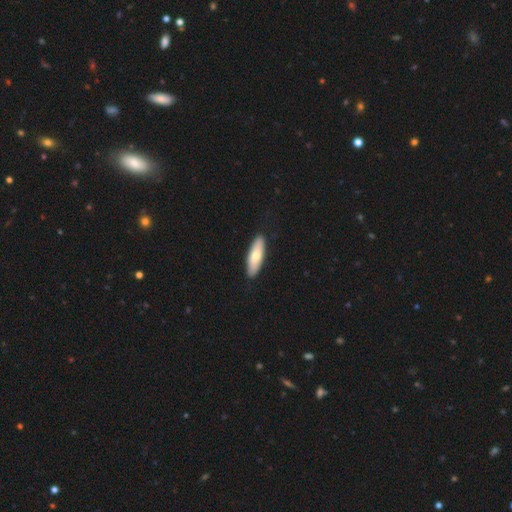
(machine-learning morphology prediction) The model was most divided on "how rounded": in between: 56%, cigar-shaped: 42%, round: 2%. More confident: merging — none (90%); smooth or featured — smooth (69%).